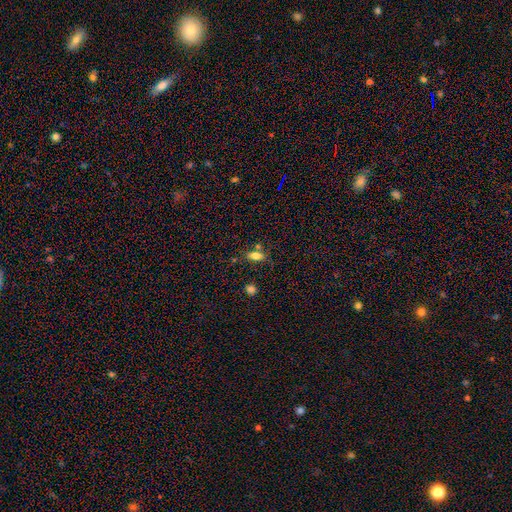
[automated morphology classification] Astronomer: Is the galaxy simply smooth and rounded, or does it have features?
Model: smooth — 75%.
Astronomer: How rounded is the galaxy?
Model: in between — 77%.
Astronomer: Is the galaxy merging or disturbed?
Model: none — 68%.